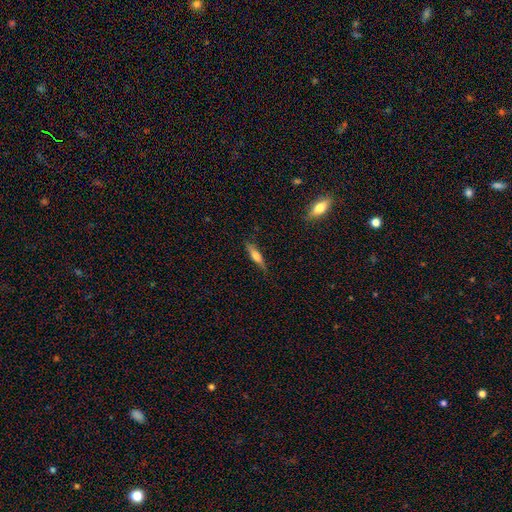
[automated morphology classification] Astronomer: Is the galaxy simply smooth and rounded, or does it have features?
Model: smooth — 61%.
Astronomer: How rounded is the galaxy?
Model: cigar-shaped — 77%.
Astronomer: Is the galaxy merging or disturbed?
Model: none — 80%.